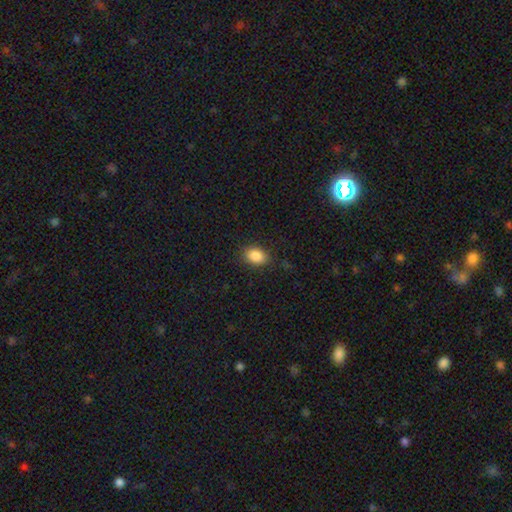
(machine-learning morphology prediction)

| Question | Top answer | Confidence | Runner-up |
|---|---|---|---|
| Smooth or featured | smooth | 87% | star or artifact (9%) |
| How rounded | in between | 76% | round (23%) |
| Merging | none | 84% | minor disturbance (12%) |